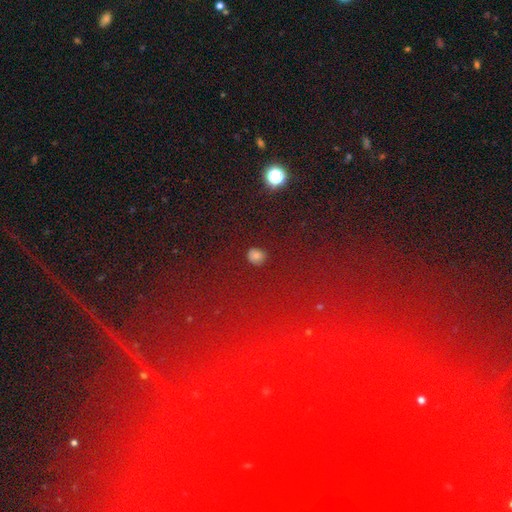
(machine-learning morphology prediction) smooth-or-featured: smooth: 73% | star or artifact: 21% | featured or disk: 6%
  how-rounded: round: 74% | in between: 24% | cigar-shaped: 2%
  merging: none: 87% | minor disturbance: 8% | major disturbance: 3% | merger: 2%